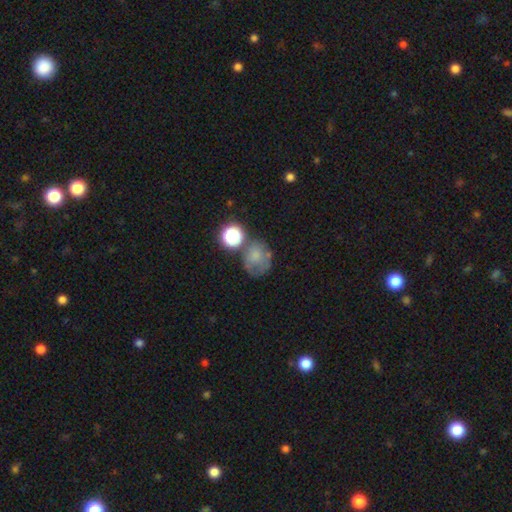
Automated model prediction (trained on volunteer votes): This is likely a smooth galaxy (61%). How rounded: likely round (62%). Merging: marginally none (41%).